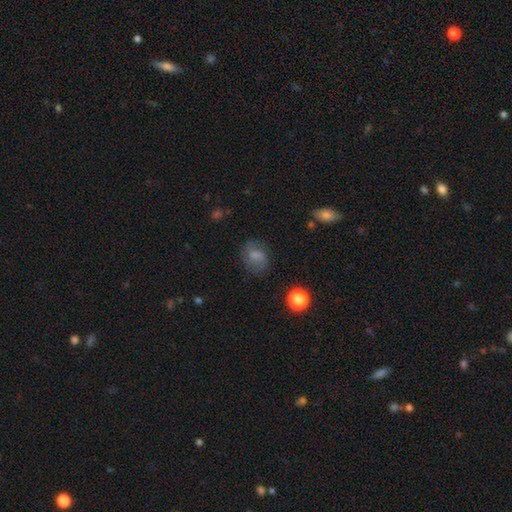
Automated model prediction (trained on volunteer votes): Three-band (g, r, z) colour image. It shows a smooth galaxy with no disk features (58%) that is in between round and cigar-shaped (58%). Merging: none (60%).